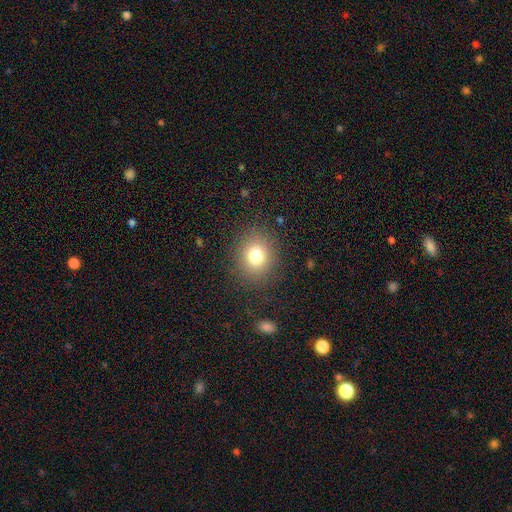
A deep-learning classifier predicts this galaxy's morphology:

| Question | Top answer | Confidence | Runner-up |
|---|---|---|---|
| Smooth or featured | smooth | 78% | star or artifact (13%) |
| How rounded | round | 70% | in between (29%) |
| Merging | none | 86% | minor disturbance (9%) |